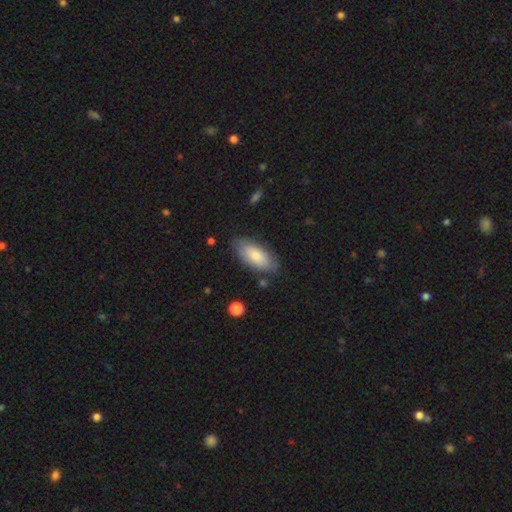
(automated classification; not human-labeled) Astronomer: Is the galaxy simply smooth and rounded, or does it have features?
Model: smooth — 79%.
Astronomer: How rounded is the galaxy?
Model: in between — 88%.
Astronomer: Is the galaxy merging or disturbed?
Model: none — 79%.